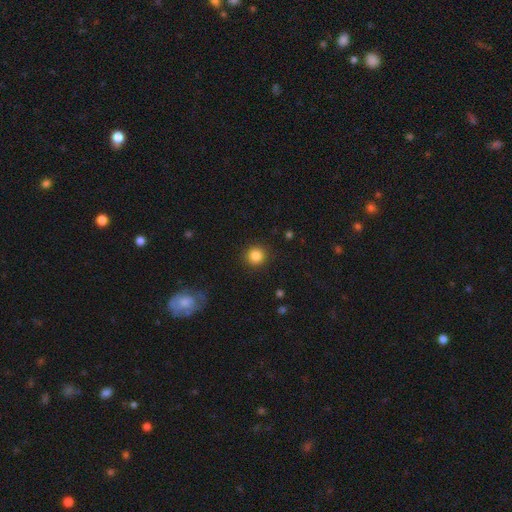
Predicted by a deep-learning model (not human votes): The model was most divided on "smooth or featured": smooth: 85%, star or artifact: 11%, featured or disk: 4%. More confident: how rounded — round (94%); merging — none (91%).